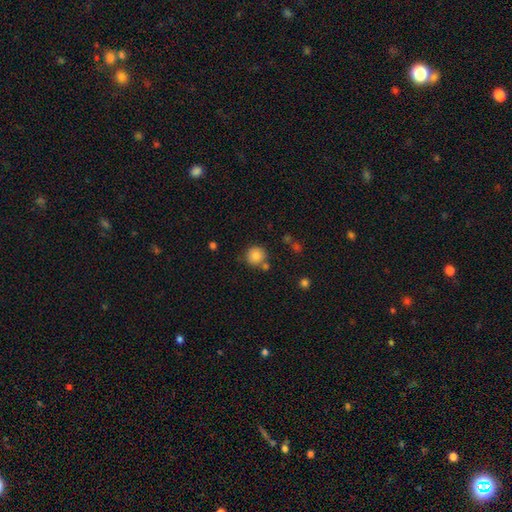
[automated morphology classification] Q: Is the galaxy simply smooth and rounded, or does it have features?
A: smooth — 82%.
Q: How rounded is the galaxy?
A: round — 92%.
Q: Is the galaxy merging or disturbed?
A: none — 74%.